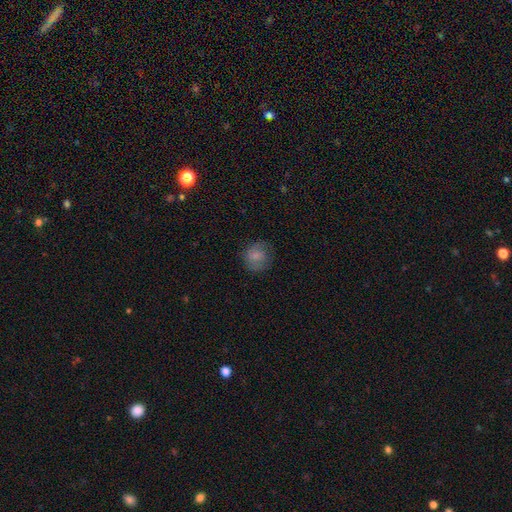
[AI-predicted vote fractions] smooth-or-featured: smooth: 73% | featured or disk: 18% | star or artifact: 9%
  how-rounded: round: 82% | in between: 17% | cigar-shaped: 1%
  merging: none: 71% | minor disturbance: 20% | major disturbance: 8% | merger: 1%